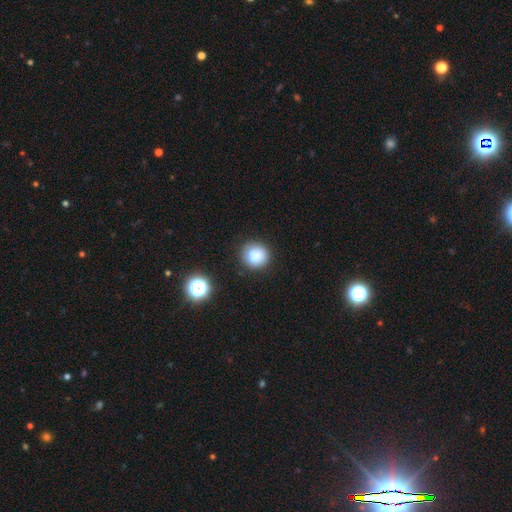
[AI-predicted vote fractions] smooth 83%, star or artifact 11%, featured or disk 6%. Down the decision tree: how rounded — round (90%); merging — none (84%).